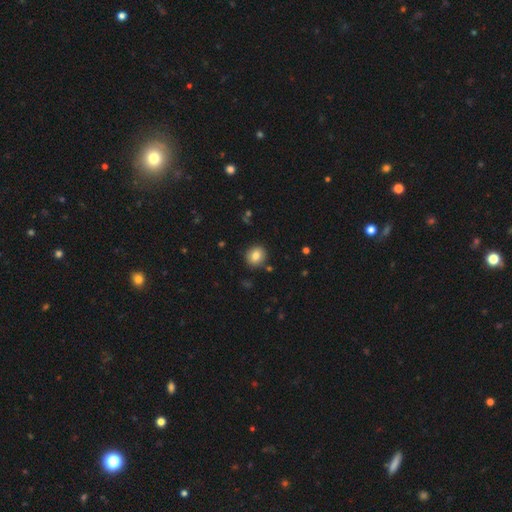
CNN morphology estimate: smooth 81%, star or artifact 10%, featured or disk 9%. Down the decision tree: how rounded — round (80%); merging — none (88%).